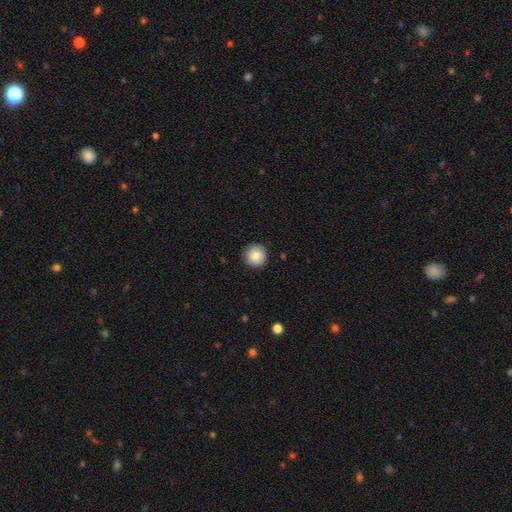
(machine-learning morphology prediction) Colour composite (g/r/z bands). It shows a smooth galaxy with no disk features (85%) that is round (95%). Merging: none (90%).